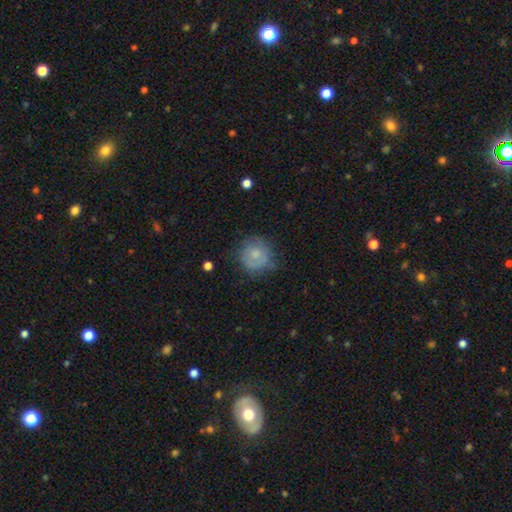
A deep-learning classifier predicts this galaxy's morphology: Smooth or featured? Predicted: smooth (p=0.68). How rounded? Predicted: round (p=0.90). Merging? Predicted: none (p=0.67).